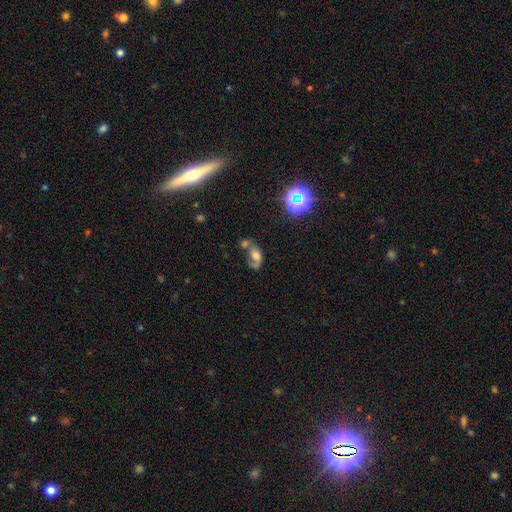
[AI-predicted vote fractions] A smooth galaxy with no disk features (43%). Merging: merger (42%).